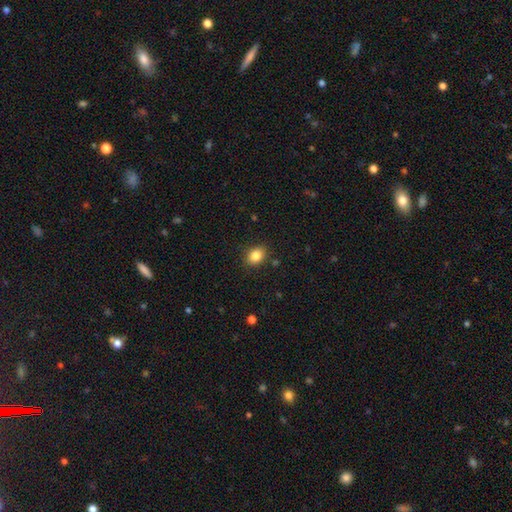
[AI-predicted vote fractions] Smooth or featured? smooth (84%)
How rounded? in between (57%)
Merging? none (87%)